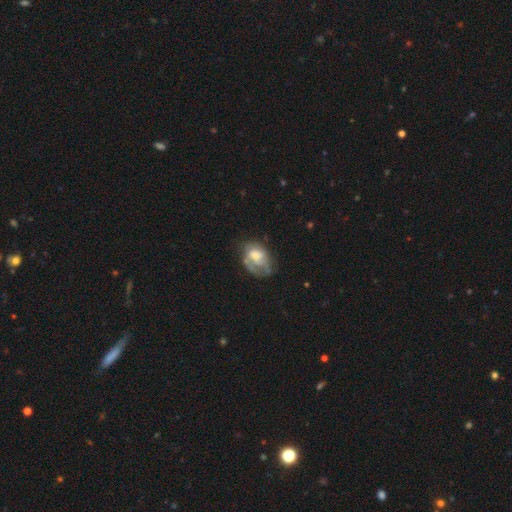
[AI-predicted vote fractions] smooth-or-featured: featured or disk: 57% | smooth: 35% | star or artifact: 8%
  disk-edge-on: no: 97% | yes: 3%
    bar: no: 69% | weak: 27% | strong: 4%
    has-spiral-arms: yes: 65% | no: 35%
    bulge-size: moderate: 45% | small: 36% | none: 9% | large: 9% | dominant: 2%
  merging: none: 39% | major disturbance: 30% | minor disturbance: 28% | merger: 3%